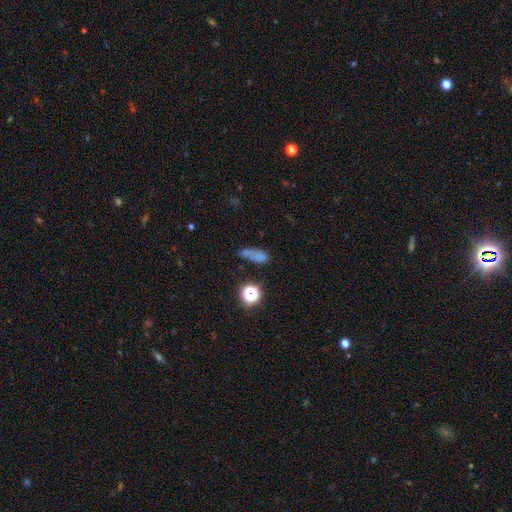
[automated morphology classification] This appears to be a smooth galaxy with no disk features (58%) that is in between round and cigar-shaped (56%). Merging: none (44%).